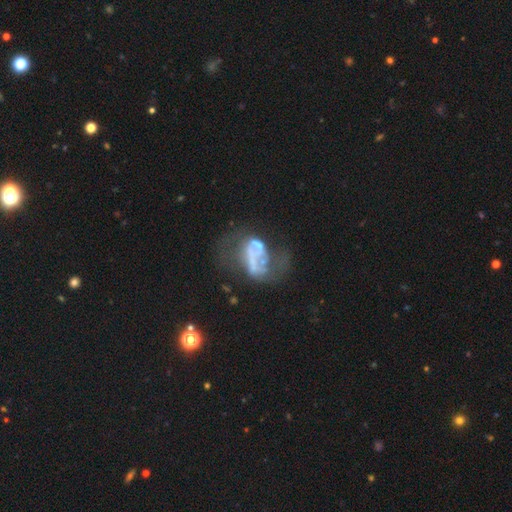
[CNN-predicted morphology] featured or disk 62%, smooth 20%, star or artifact 18%. Down the decision tree: edge-on disk — no (97%); bar — no (80%); spiral arms — no (78%); bulge size — none (76%); merging — major disturbance (46%).